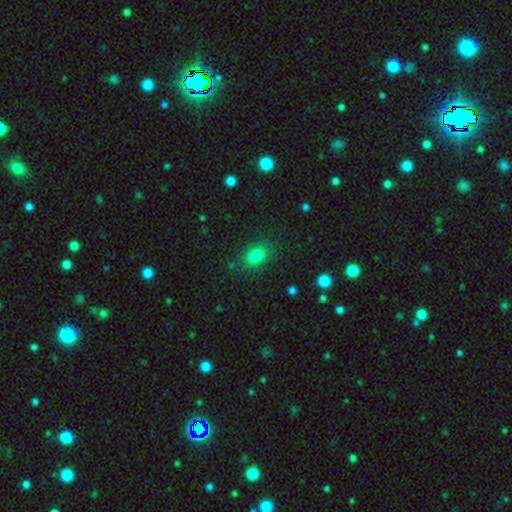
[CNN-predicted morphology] smooth_or_featured: smooth (p=0.80) [alt: star or artifact p=0.12]
how_rounded: in between (p=0.69) [alt: round p=0.29]
merging: none (p=0.83) [alt: minor disturbance p=0.11]